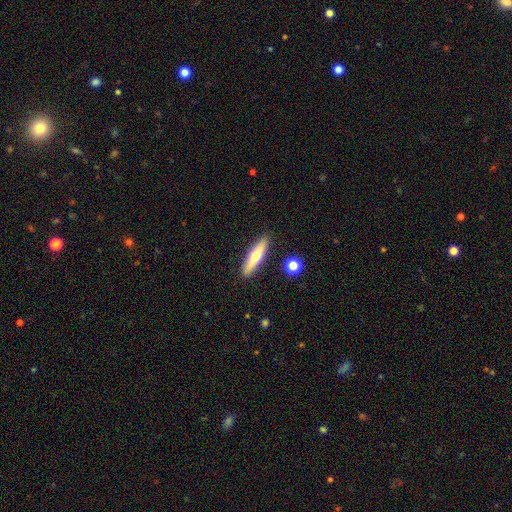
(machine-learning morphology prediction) Overall: smooth (55%; featured or disk 39%). How rounded: cigar-shaped (74%). Merging: none (88%).